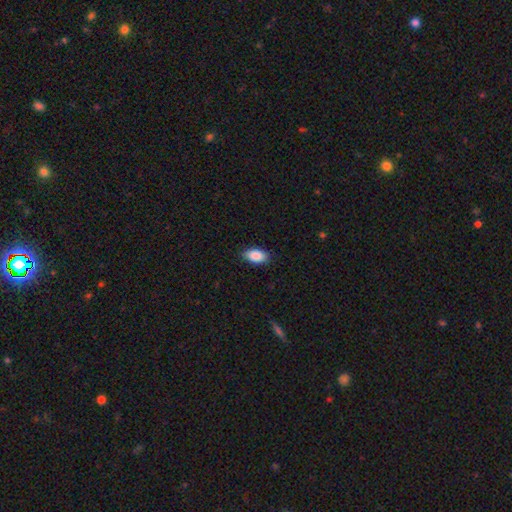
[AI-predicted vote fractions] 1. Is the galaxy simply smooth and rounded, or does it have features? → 87% smooth, 7% star or artifact, 6% featured or disk.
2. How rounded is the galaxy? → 93% in between, 5% round, 3% cigar-shaped.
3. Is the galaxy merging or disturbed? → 86% none, 11% minor disturbance, 2% major disturbance, 1% merger.